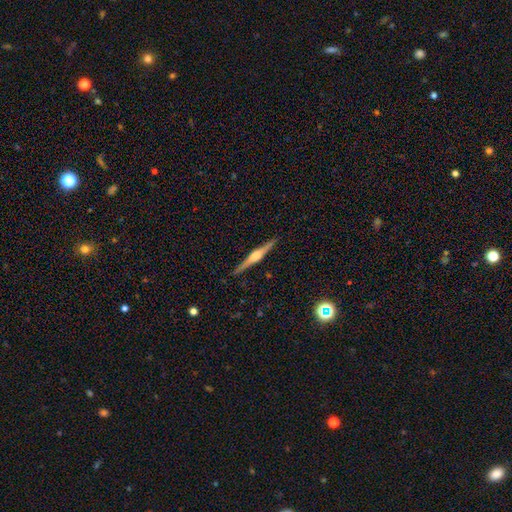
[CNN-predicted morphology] The model was most divided on "edge-on bulge": rounded: 82%, boxy: 14%, none: 4%. More confident: edge-on disk — yes (98%); merging — none (91%); smooth or featured — featured or disk (82%).